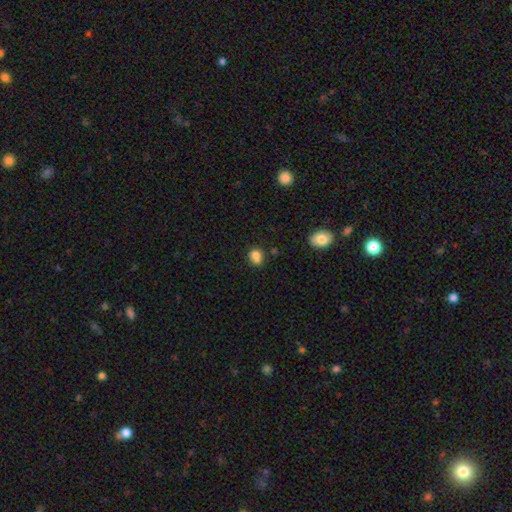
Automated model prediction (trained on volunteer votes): Smooth or featured: smooth — 79% (star or artifact — 11%)
How rounded: round — 61% (in between — 38%)
Merging: none — 47% (merger — 26%)